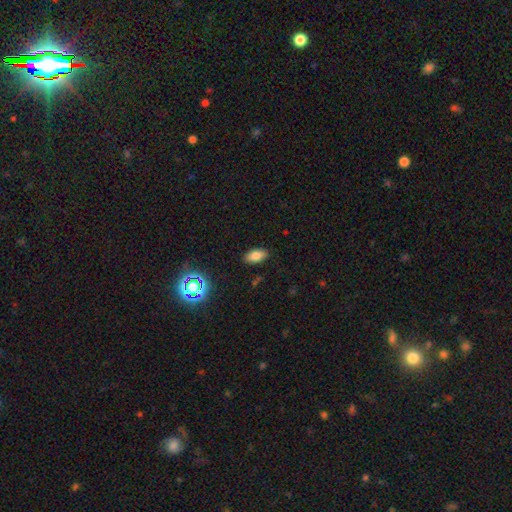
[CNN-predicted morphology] Smooth or featured? smooth (78%)
How rounded? in between (91%)
Merging? none (88%)